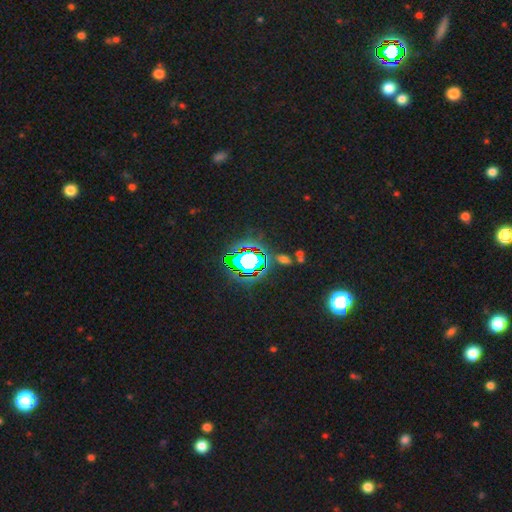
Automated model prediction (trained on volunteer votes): Morphology: type=star or artifact (78%).